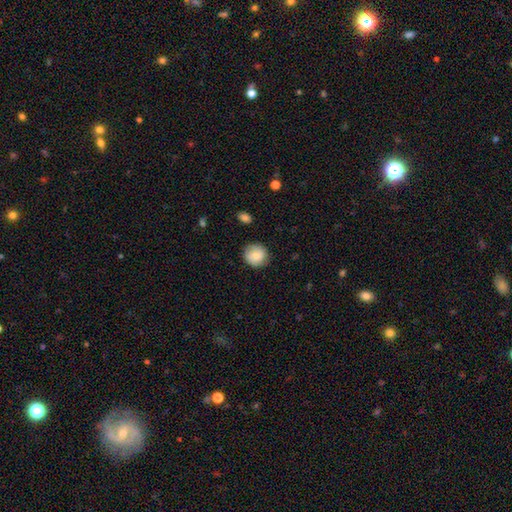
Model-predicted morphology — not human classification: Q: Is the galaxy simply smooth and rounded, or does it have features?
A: smooth — 77%.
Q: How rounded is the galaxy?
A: round — 88%.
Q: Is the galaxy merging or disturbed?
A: none — 83%.